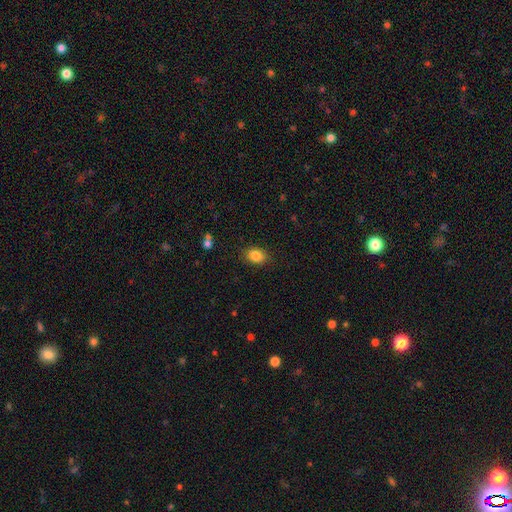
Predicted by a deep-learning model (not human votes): Overall: smooth (86%). How rounded: in between (68%; round 31%). Merging: none (86%).